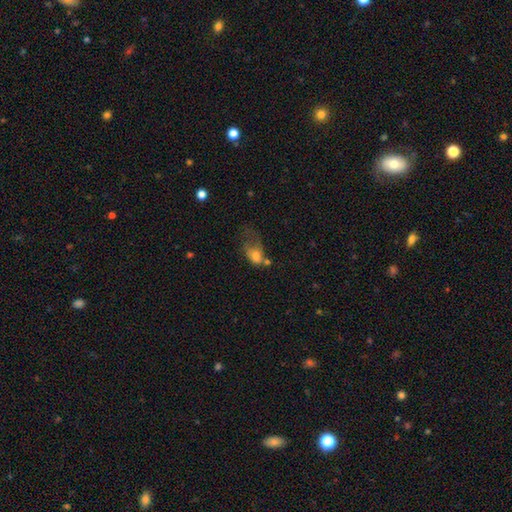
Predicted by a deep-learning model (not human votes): A smooth galaxy with no disk features (67%) that is in between round and cigar-shaped (73%).

Vote fractions:
- Smooth or featured? smooth: 67% / featured or disk: 22% / star or artifact: 11%
- How rounded? in between: 73% / round: 25% / cigar-shaped: 2%
- Merging? major disturbance: 49% / minor disturbance: 18% / merger: 18% / none: 15%